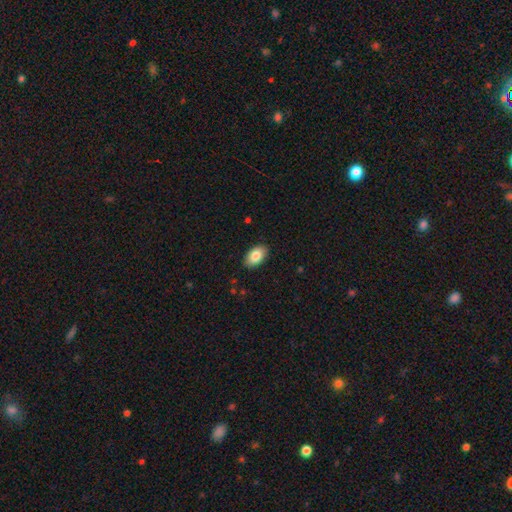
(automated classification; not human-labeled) The model was most divided on "smooth or featured": smooth: 85%, featured or disk: 9%, star or artifact: 7%. More confident: how rounded — in between (93%); merging — none (88%).